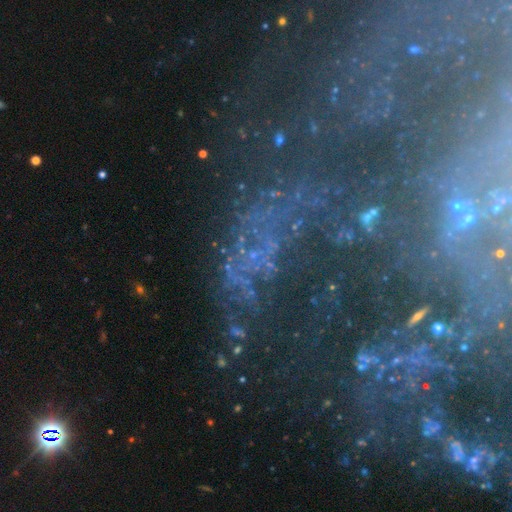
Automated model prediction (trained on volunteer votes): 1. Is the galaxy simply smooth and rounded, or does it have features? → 50% featured or disk, 37% star or artifact, 13% smooth.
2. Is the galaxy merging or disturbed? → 64% none, 16% major disturbance, 14% minor disturbance, 6% merger.